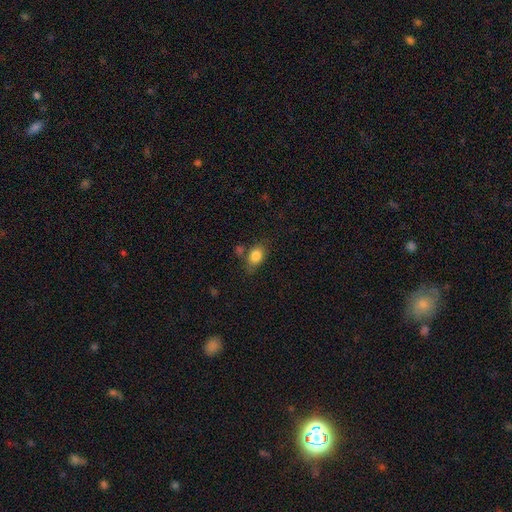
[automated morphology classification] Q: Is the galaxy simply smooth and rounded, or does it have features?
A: smooth — 83%.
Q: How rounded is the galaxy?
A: in between — 75%.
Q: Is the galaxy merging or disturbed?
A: none — 64%.